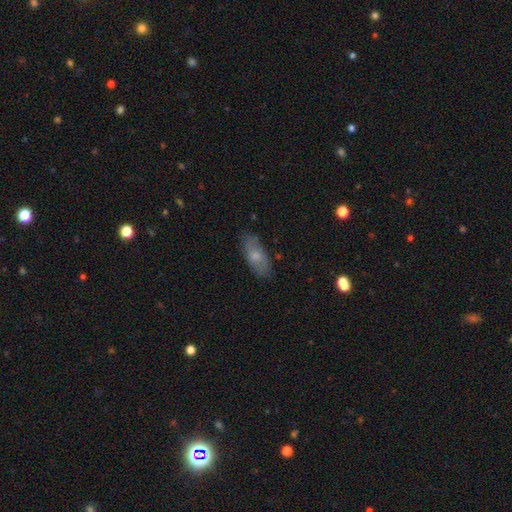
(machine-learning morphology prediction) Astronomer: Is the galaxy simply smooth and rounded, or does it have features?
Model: smooth — 66%.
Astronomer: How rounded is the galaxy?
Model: in between — 82%.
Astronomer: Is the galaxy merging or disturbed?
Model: none — 80%.